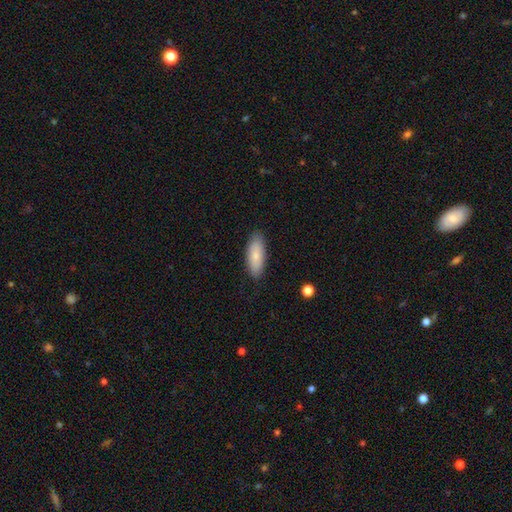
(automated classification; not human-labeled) The model was most divided on "how rounded": in between: 73%, cigar-shaped: 25%, round: 2%. More confident: merging — none (87%); smooth or featured — smooth (81%).